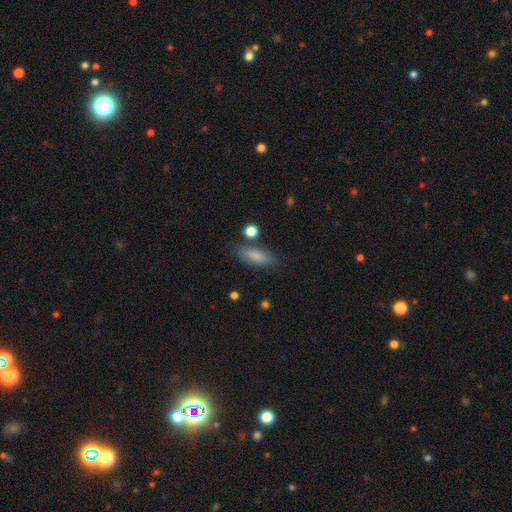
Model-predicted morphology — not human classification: smooth 83%, featured or disk 10%, star or artifact 7%. Down the decision tree: how rounded — in between (69%); merging — none (78%).